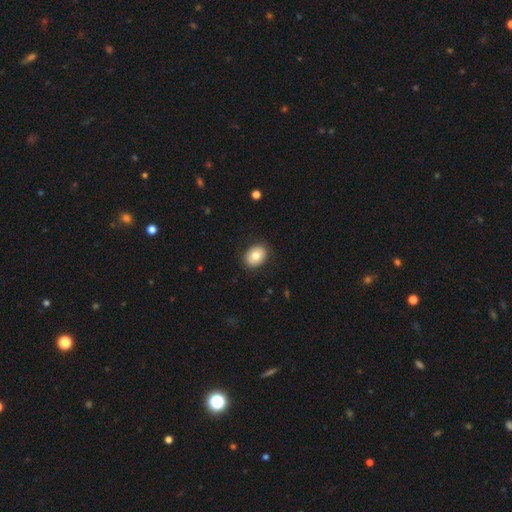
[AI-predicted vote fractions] A smooth galaxy with no disk features (80%) that is in between round and cigar-shaped (63%).

Vote fractions:
- Smooth or featured? smooth: 80% / featured or disk: 12% / star or artifact: 8%
- How rounded? in between: 63% / round: 36% / cigar-shaped: 1%
- Merging? none: 88% / minor disturbance: 9% / major disturbance: 2% / merger: 1%